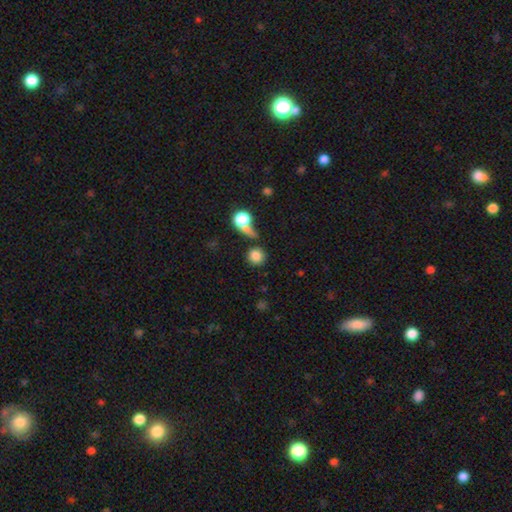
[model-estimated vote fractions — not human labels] smooth 82%, star or artifact 10%, featured or disk 8%. Down the decision tree: how rounded — round (90%); merging — none (61%).